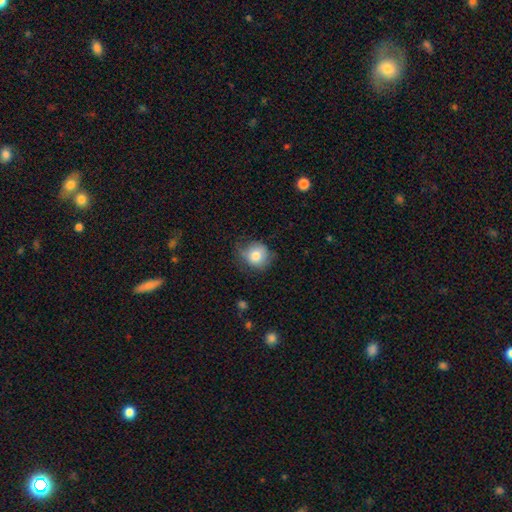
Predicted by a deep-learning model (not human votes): A smooth galaxy with no disk features (78%) that is round (85%). Merging: none (61%).